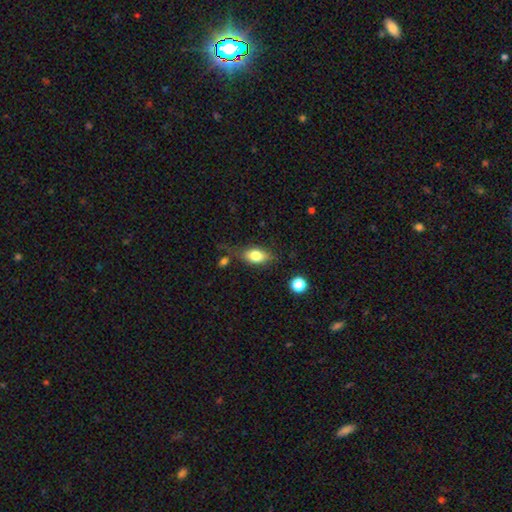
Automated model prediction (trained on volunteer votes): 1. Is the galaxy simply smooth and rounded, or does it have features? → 73% smooth, 19% featured or disk, 8% star or artifact.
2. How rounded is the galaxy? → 83% in between, 9% round, 7% cigar-shaped.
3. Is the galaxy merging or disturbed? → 64% none, 21% minor disturbance, 9% major disturbance, 6% merger.